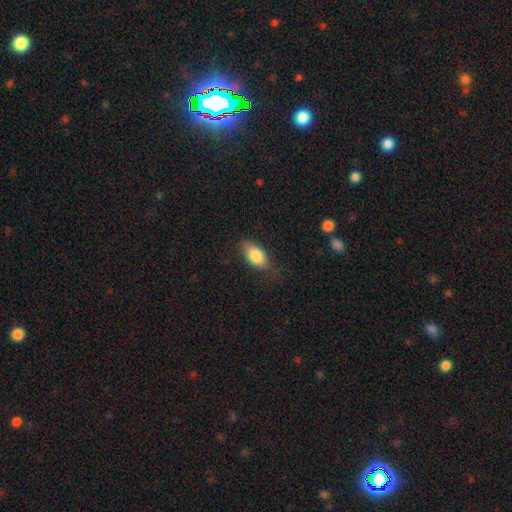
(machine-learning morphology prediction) Q: Smooth or featured?
A: smooth (83%); runner-up: featured or disk (10%)
Q: How rounded?
A: in between (90%); runner-up: cigar-shaped (5%)
Q: Merging?
A: none (71%); runner-up: minor disturbance (22%)